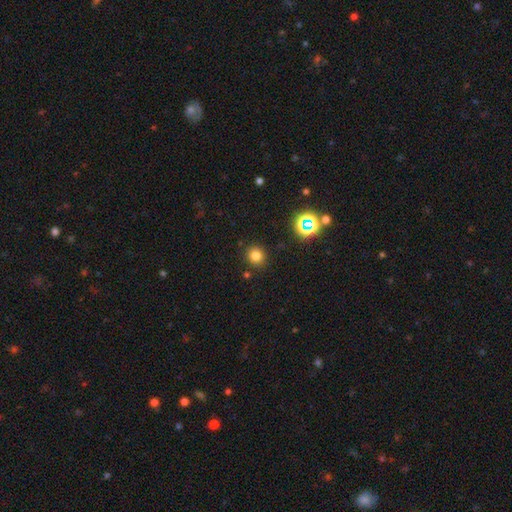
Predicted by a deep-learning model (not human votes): Q: Smooth or featured?
A: smooth (77%); runner-up: star or artifact (17%)
Q: How rounded?
A: round (90%); runner-up: in between (10%)
Q: Merging?
A: none (88%); runner-up: minor disturbance (7%)